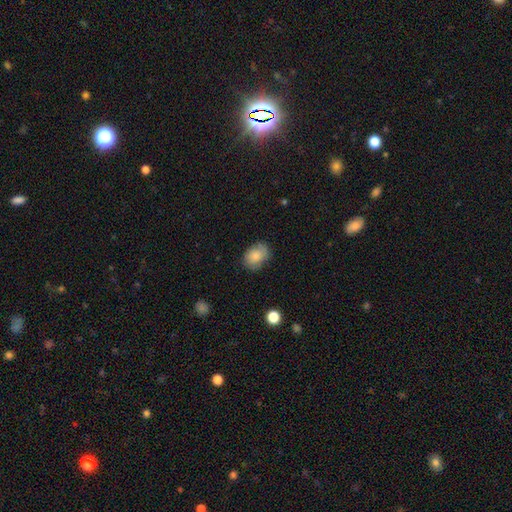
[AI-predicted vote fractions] Smooth or featured? smooth (77%)
How rounded? in between (75%)
Merging? none (72%)